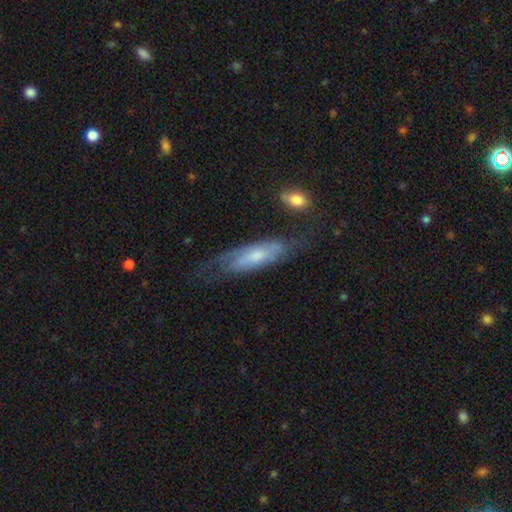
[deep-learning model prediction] smooth-or-featured: featured or disk: 55% | smooth: 38% | star or artifact: 7%
  disk-edge-on: no: 70% | yes: 30%
  merging: none: 54% | minor disturbance: 25% | major disturbance: 17% | merger: 4%